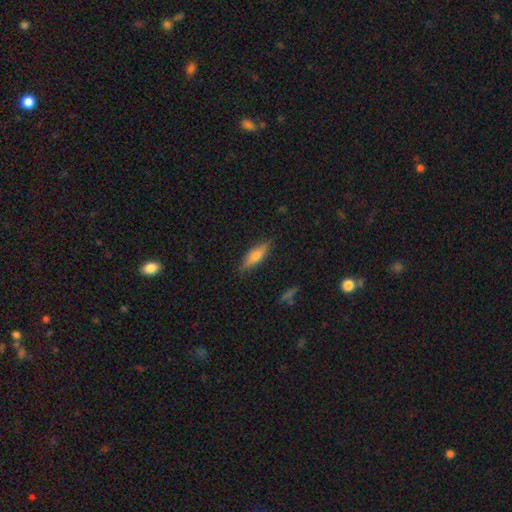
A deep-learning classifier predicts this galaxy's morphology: This appears to be a smooth galaxy with no disk features (61%) that is cigar-shaped (54%). Merging: none (86%).